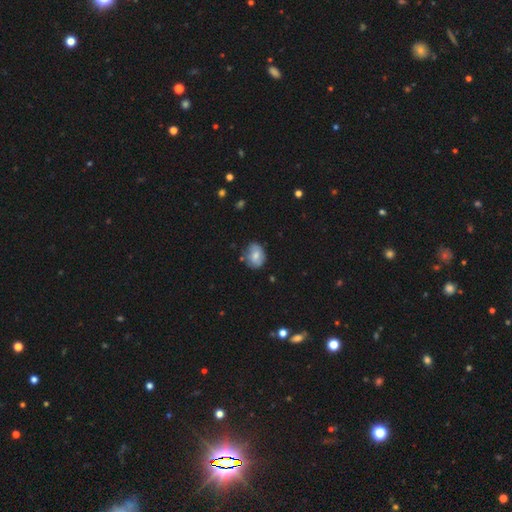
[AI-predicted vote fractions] Smooth or featured?
  - smooth: 69% *
  - featured or disk: 23%
  - star or artifact: 8%
How rounded?
  - in between: 54% *
  - round: 45%
  - cigar-shaped: 1%
Merging?
  - none: 67% *
  - minor disturbance: 25%
  - major disturbance: 5%
  - merger: 3%